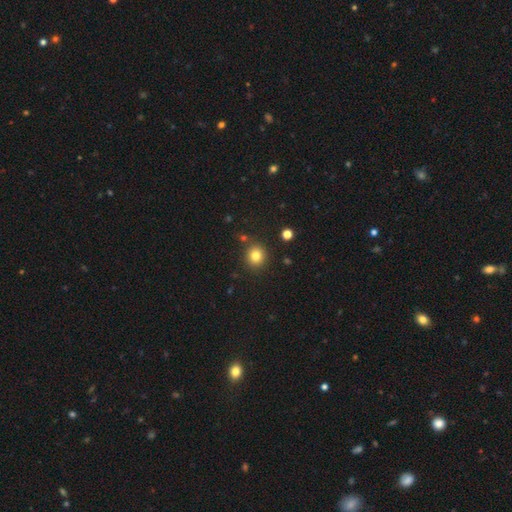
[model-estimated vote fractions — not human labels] smooth 81%, star or artifact 13%, featured or disk 7%. Down the decision tree: how rounded — round (88%); merging — none (86%).